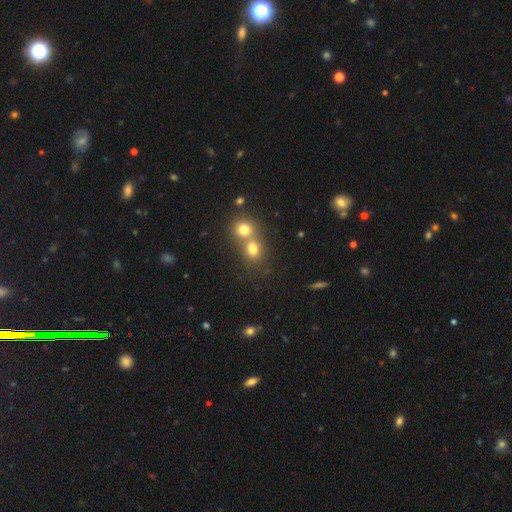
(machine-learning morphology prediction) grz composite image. It shows a smooth galaxy with no disk features (66%) that is round (78%). Merging: merger (51%).